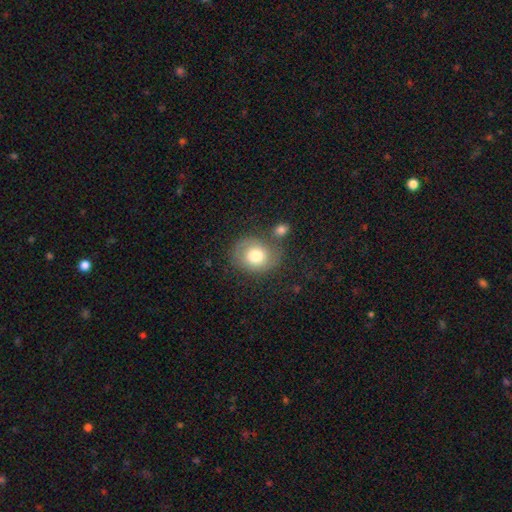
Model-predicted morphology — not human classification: A smooth galaxy with no disk features (66%) that is round (65%). Merging: none (60%).